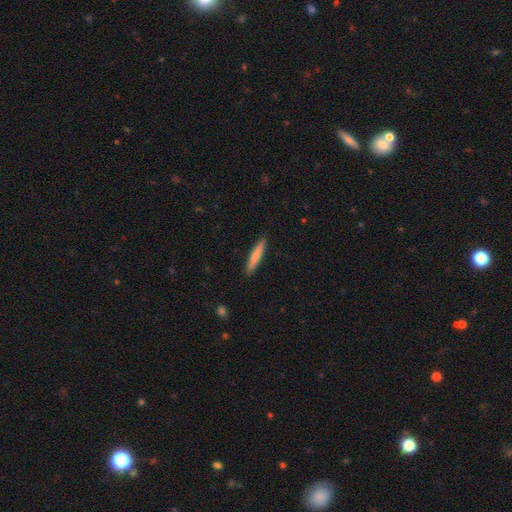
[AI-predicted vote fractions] A smooth galaxy with no disk features (76%) that is cigar-shaped (93%). Merging: none (91%).